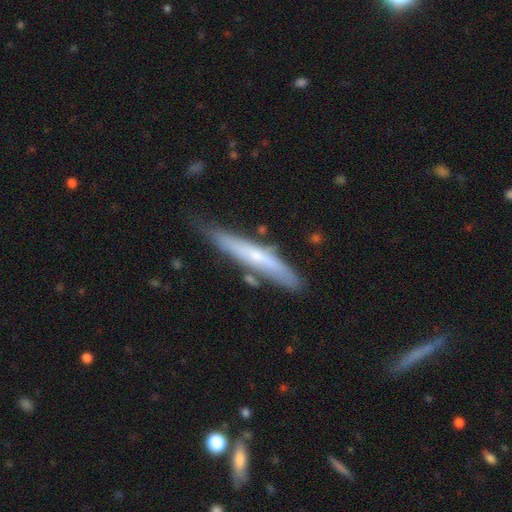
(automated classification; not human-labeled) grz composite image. It shows a featured or disk galaxy (47%, tied with smooth). Merging: none (70%).